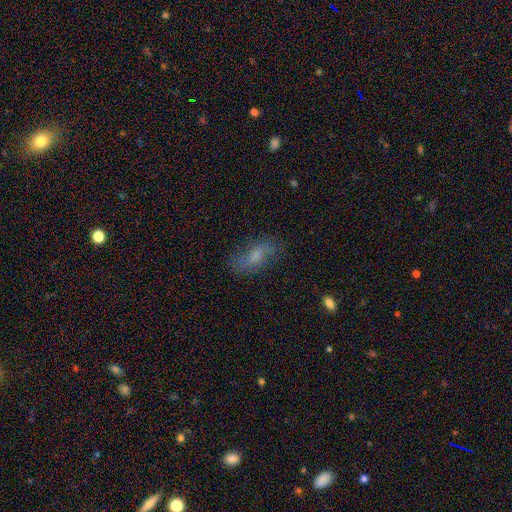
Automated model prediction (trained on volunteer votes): A smooth galaxy with no disk features (46%). Merging: none (74%).